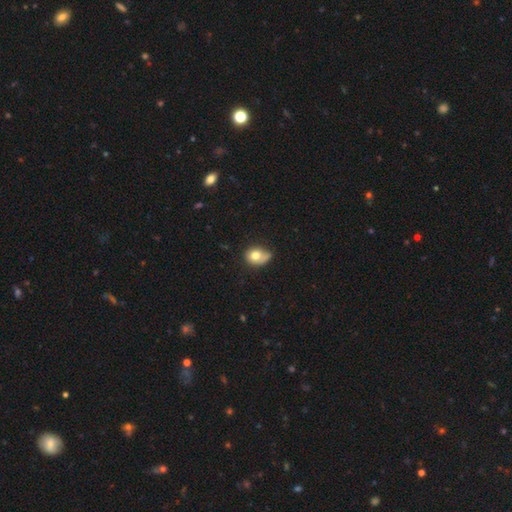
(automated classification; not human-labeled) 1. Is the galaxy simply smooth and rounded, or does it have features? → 72% smooth, 19% featured or disk, 9% star or artifact.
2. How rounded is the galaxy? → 54% in between, 45% round, 1% cigar-shaped.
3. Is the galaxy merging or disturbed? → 37% none (tied), 37% minor disturbance (tied), 19% major disturbance, 8% merger.